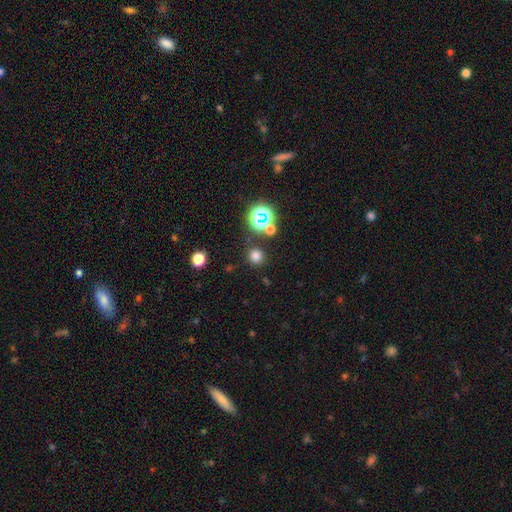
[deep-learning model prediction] smooth-or-featured: smooth: 72% | star or artifact: 23% | featured or disk: 6%
  how-rounded: round: 93% | in between: 6% | cigar-shaped: 1%
  merging: none: 85% | minor disturbance: 7% | merger: 5% | major disturbance: 3%